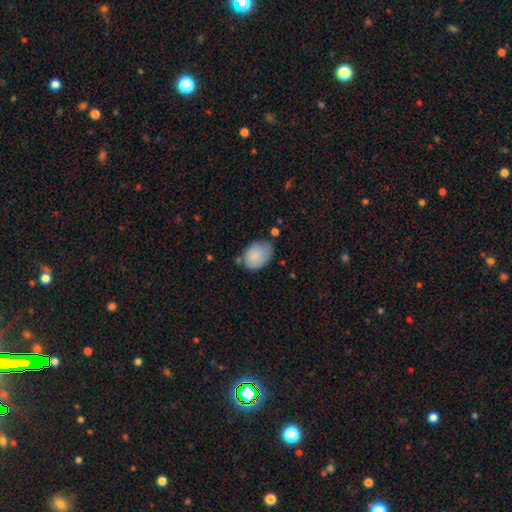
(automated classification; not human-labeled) The model was most divided on "merging": none: 55%, minor disturbance: 31%, major disturbance: 7%, merger: 7%. More confident: smooth or featured — smooth (86%); how rounded — in between (74%).